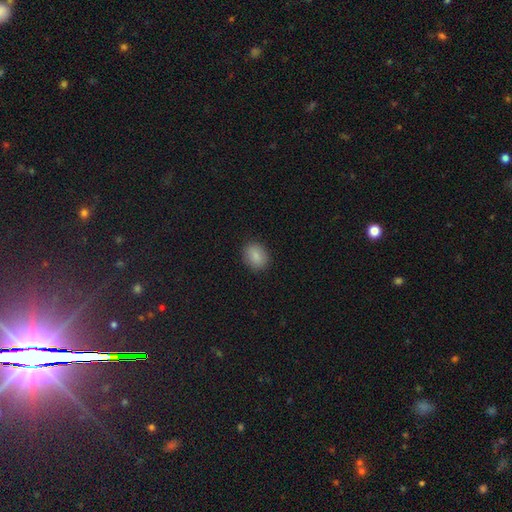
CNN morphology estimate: smooth-or-featured: smooth: 87% | star or artifact: 8% | featured or disk: 4%
  how-rounded: in between: 53% | round: 46% | cigar-shaped: 1%
  merging: none: 88% | minor disturbance: 8% | major disturbance: 2% | merger: 1%